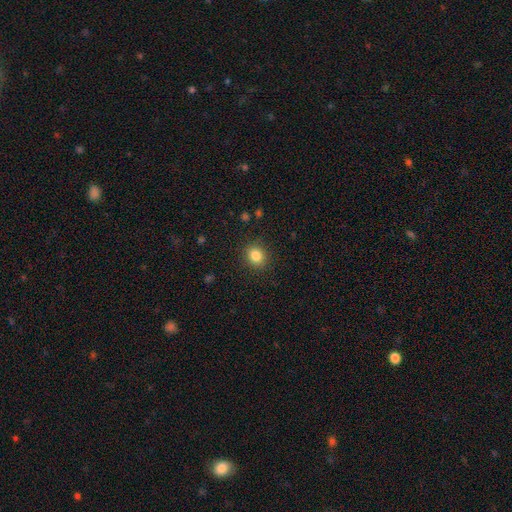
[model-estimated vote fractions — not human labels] The model was most divided on "how rounded": round: 77%, in between: 22%, cigar-shaped: 1%. More confident: merging — none (89%); smooth or featured — smooth (84%).